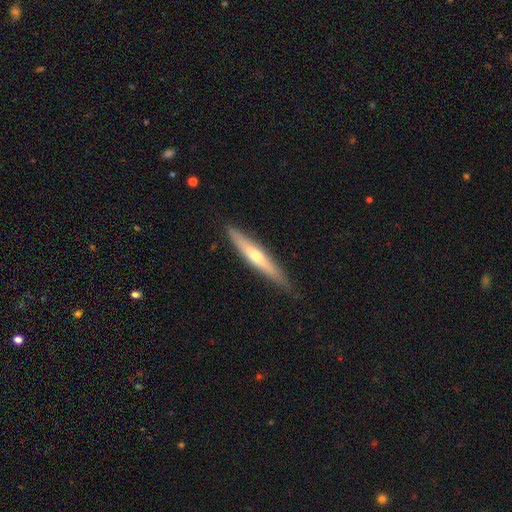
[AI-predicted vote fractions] Smooth or featured?
  - featured or disk: 56% *
  - smooth: 38%
  - star or artifact: 6%
Edge-on disk?
  - yes: 93% *
  - no: 7%
Edge-on bulge?
  - rounded: 79% *
  - none: 18%
  - boxy: 3%
Merging?
  - none: 85% *
  - minor disturbance: 12%
  - major disturbance: 2%
  - merger: 1%